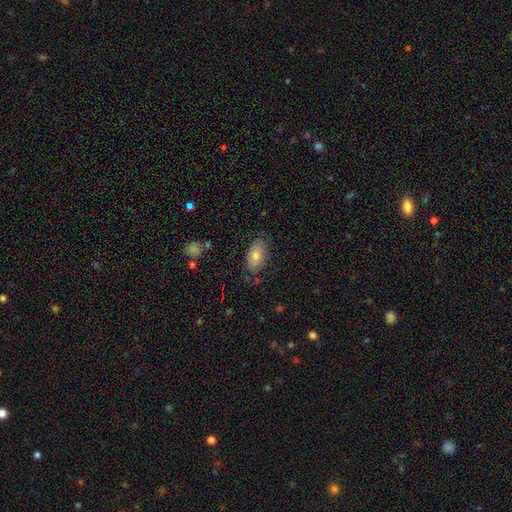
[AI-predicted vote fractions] Morphology: type=smooth (75%); roundness=in between (93%); merging=none (73%).